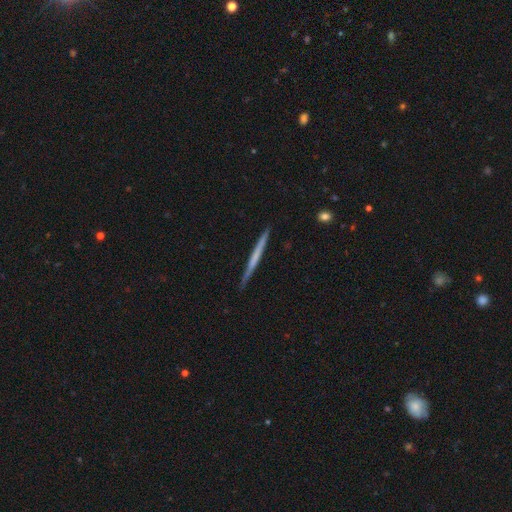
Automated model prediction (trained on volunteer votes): A featured or disk galaxy (52%) viewed edge-on (98%) with no central bulge (89%).

Vote fractions:
- Smooth or featured? featured or disk: 52% / smooth: 43% / star or artifact: 5%
- Edge-on disk? yes: 98% / no: 2%
- Edge-on bulge? none: 89% / rounded: 7% / boxy: 4%
- Merging? none: 90% / minor disturbance: 8% / major disturbance: 1% / merger: 1%